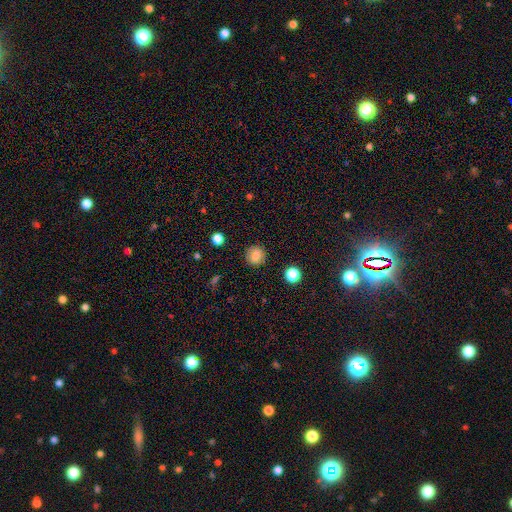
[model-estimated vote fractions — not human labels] Morphology: type=smooth (79%); roundness=round (82%); merging=none (86%).